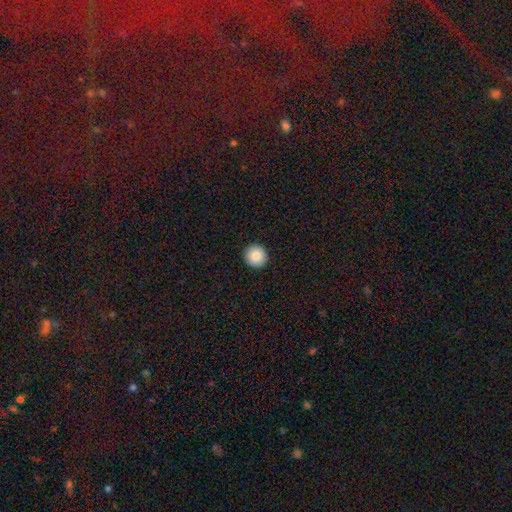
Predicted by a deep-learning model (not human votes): Overall: smooth (87%). How rounded: round (94%). Merging: none (93%).